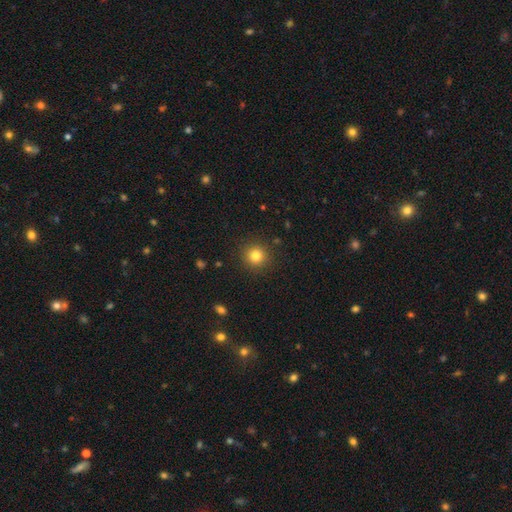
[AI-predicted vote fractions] A smooth galaxy with no disk features (82%) that is round (94%). Merging: none (89%).